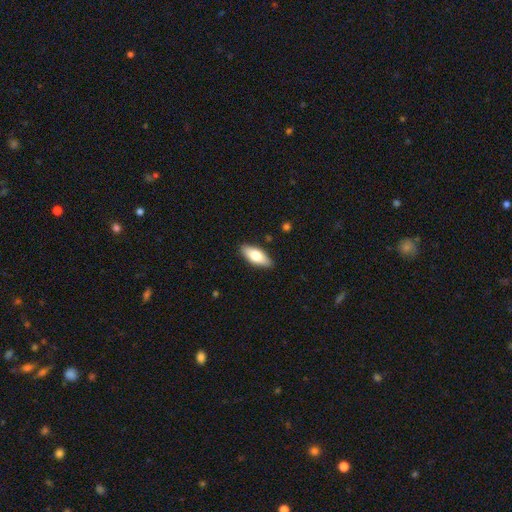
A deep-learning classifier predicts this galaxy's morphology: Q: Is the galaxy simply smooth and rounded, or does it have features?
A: smooth — 74%.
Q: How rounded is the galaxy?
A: in between — 81%.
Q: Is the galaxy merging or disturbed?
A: none — 88%.